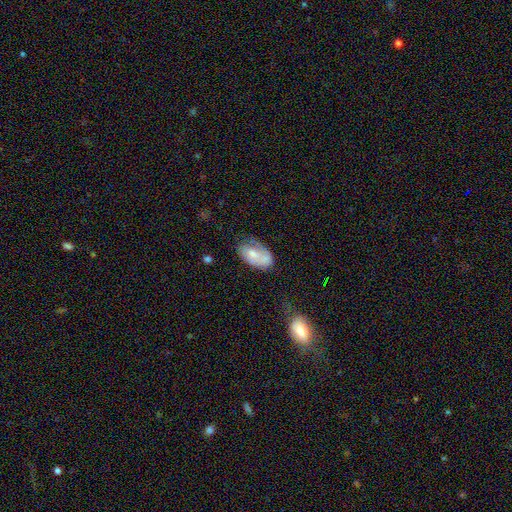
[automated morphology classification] Overall: smooth (50%; featured or disk 43%). Merging: none (48%; minor disturbance 30%).